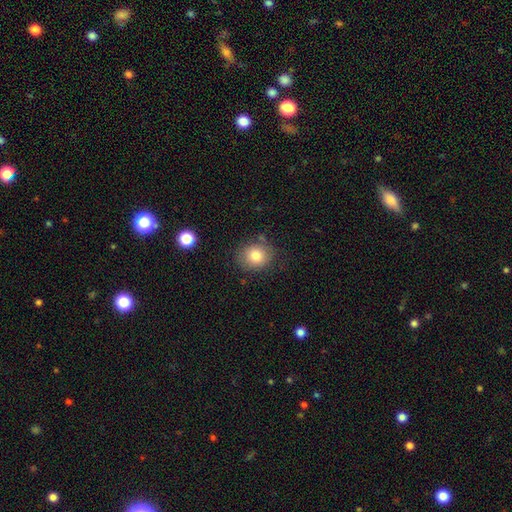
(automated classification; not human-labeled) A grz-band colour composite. It shows a smooth galaxy with no disk features (80%) that is round (72%). Merging: none (80%).